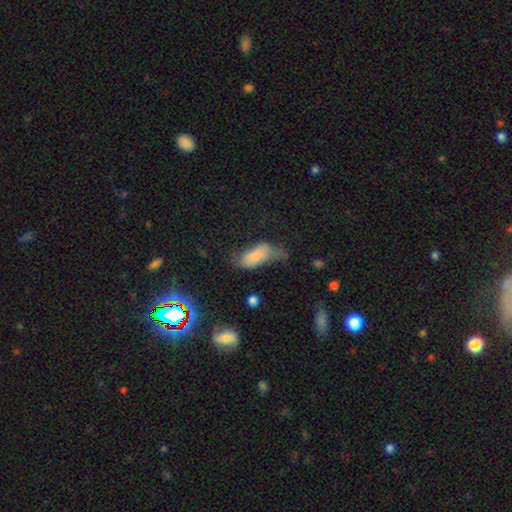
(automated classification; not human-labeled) The model was most divided on "merging": minor disturbance: 36%, major disturbance: 30%, none: 29%, merger: 5%. More confident: how rounded — in between (84%); smooth or featured — smooth (74%).